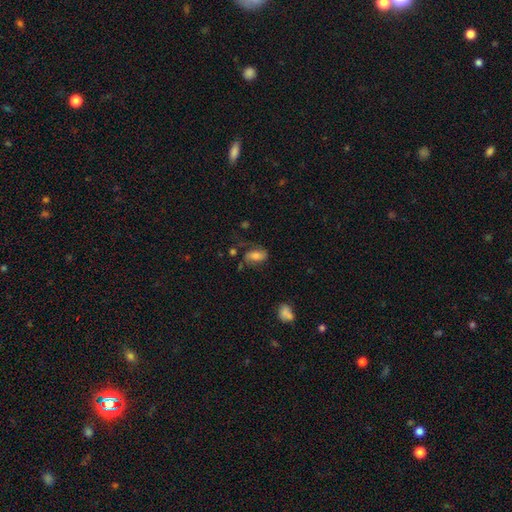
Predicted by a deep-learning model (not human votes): The model was most divided on "smooth or featured": smooth: 56%, featured or disk: 35%, star or artifact: 10%. More confident: how rounded — in between (87%); merging — none (51%).